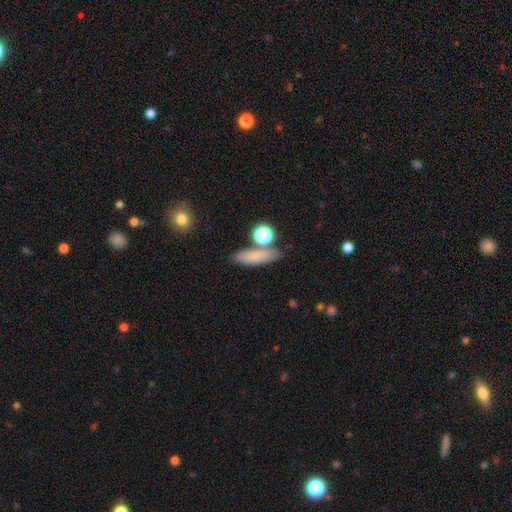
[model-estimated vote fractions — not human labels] smooth 75%, featured or disk 14%, star or artifact 11%. Down the decision tree: how rounded — cigar-shaped (53%); merging — none (69%).